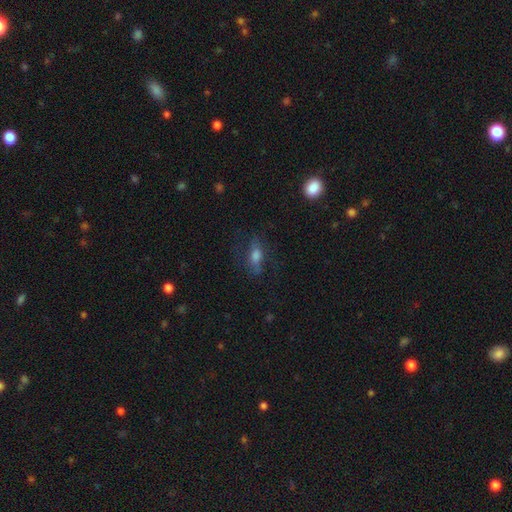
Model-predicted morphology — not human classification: smooth 49%, featured or disk 34%, star or artifact 17%. Down the decision tree: merging — none (68%).